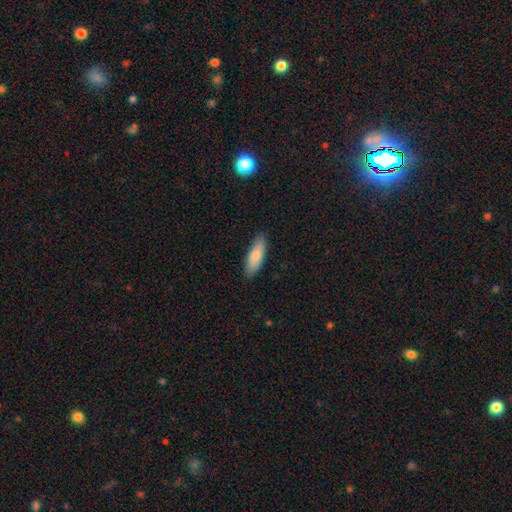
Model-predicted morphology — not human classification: Overall: smooth (79%). How rounded: in between (59%; cigar-shaped 39%). Merging: none (87%).